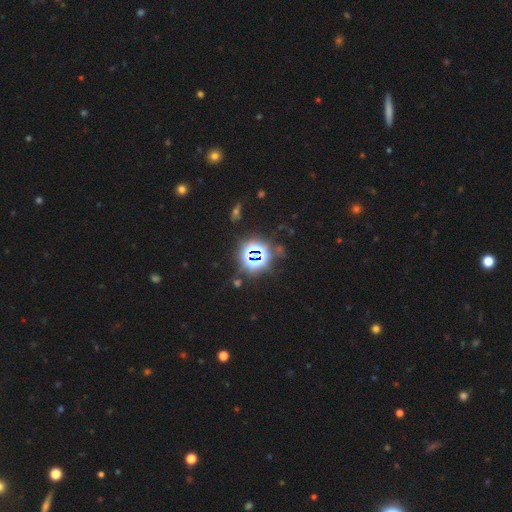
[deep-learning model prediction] A star or artifact, not a galaxy (77%).